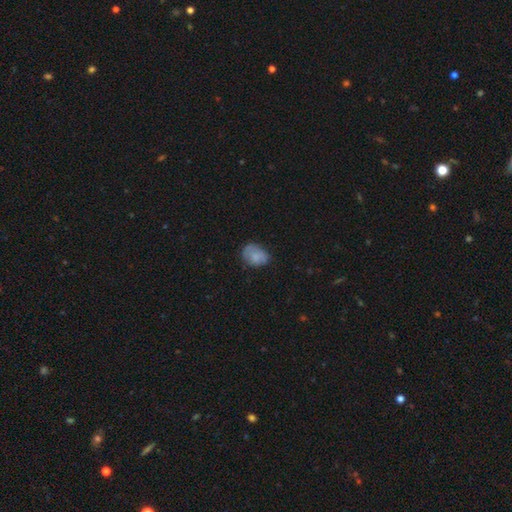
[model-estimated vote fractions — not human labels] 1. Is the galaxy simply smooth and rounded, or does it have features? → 72% smooth, 18% featured or disk, 9% star or artifact.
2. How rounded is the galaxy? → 68% in between, 31% round, 1% cigar-shaped.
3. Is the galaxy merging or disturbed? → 57% none, 31% minor disturbance, 10% major disturbance, 2% merger.